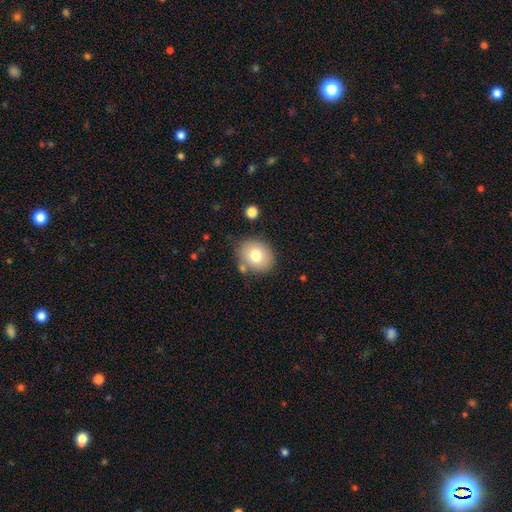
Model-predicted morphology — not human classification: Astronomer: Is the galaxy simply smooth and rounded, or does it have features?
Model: smooth — 76%.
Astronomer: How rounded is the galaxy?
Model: round — 60% (runner-up: in between, 39%).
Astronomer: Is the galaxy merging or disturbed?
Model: none — 78%.